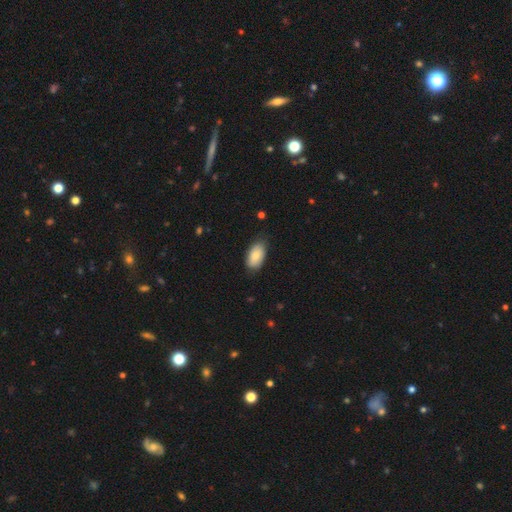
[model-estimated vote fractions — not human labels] This appears to be a smooth galaxy with no disk features (82%) that is in between round and cigar-shaped (94%). Merging: none (75%).